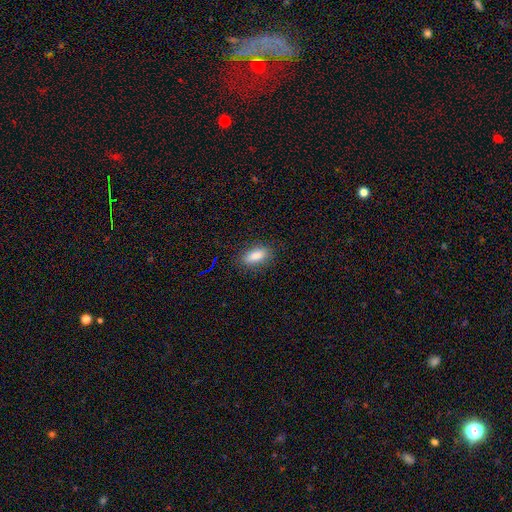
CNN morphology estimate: Smooth or featured? smooth (85%)
How rounded? in between (81%)
Merging? none (85%)